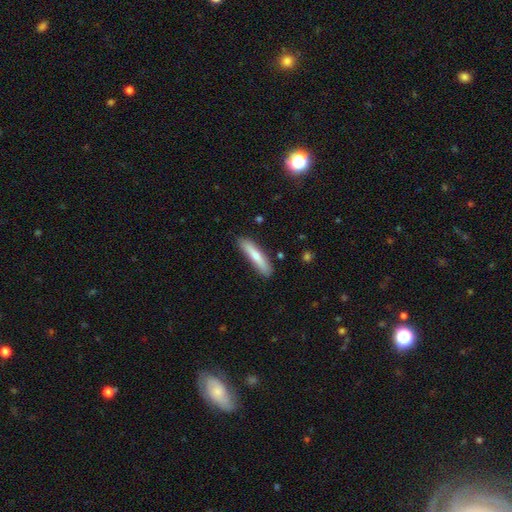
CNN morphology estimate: This appears to be a smooth galaxy with no disk features (68%) that is cigar-shaped (85%). Merging: none (85%).